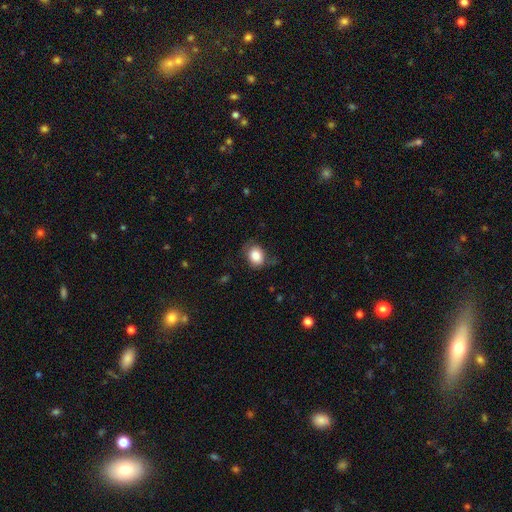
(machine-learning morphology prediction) Overall: smooth (83%). How rounded: in between (50%; round 49%). Merging: none (66%).